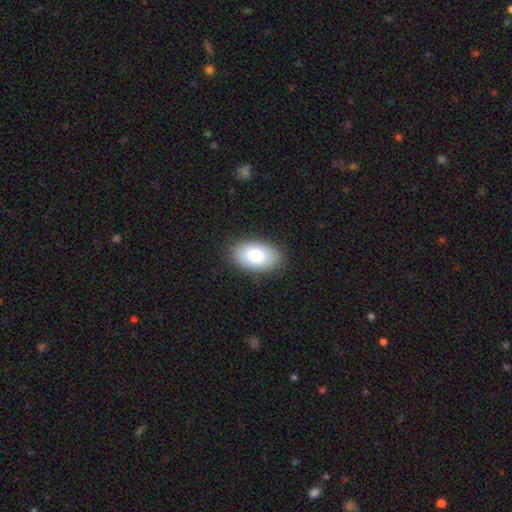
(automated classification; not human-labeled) This is likely a smooth galaxy (79%). How rounded: clearly in between (92%). Merging: clearly none (87%).